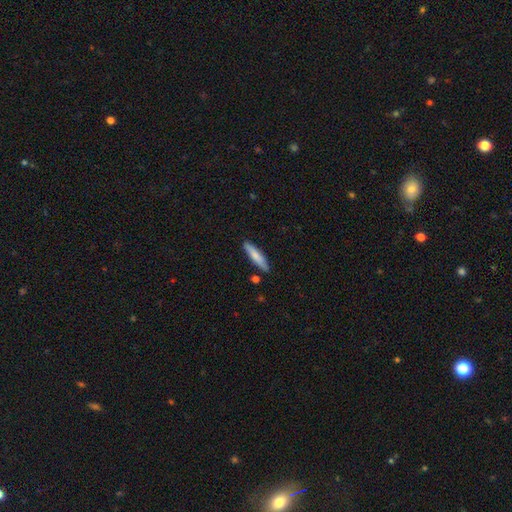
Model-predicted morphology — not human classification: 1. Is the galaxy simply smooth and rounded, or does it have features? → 72% smooth, 22% featured or disk, 6% star or artifact.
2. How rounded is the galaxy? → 84% cigar-shaped, 15% in between, 1% round.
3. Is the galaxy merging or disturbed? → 84% none, 12% minor disturbance, 3% merger, 2% major disturbance.